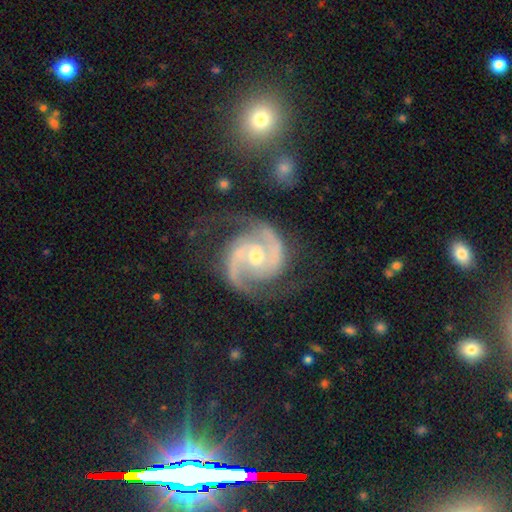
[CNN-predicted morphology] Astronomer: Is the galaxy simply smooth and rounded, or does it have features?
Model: featured or disk — 93%.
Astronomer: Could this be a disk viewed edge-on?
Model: no — 98%.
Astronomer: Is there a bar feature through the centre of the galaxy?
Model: no — 55% (runner-up: weak, 33%).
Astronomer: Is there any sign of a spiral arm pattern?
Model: yes — 99%.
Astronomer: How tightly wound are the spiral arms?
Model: medium — 56% (runner-up: tight, 35%).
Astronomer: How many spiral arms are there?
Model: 2 — 91%.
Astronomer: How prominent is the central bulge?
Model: moderate — 61%.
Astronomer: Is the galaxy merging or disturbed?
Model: none — 75%.